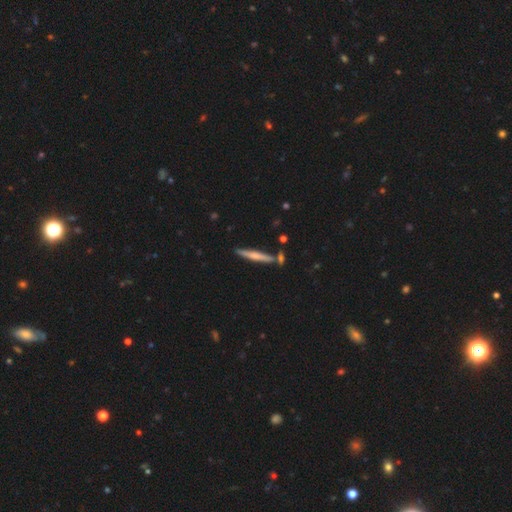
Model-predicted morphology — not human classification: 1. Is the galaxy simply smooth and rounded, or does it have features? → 49% smooth, 45% featured or disk, 6% star or artifact.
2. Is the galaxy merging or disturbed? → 78% none, 10% minor disturbance, 9% merger, 2% major disturbance.